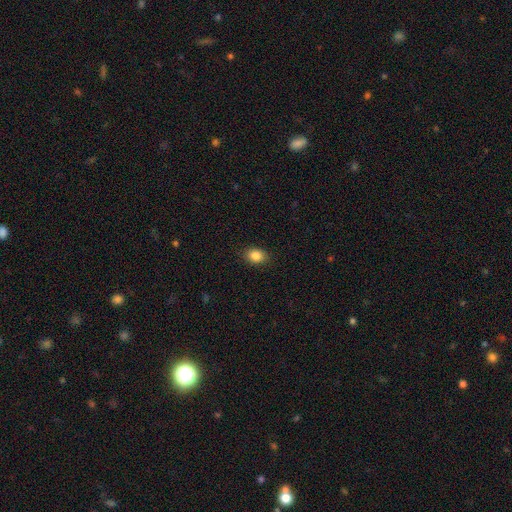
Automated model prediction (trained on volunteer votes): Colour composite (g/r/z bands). It shows a smooth galaxy with no disk features (86%) that is in between round and cigar-shaped (63%). Merging: none (88%).